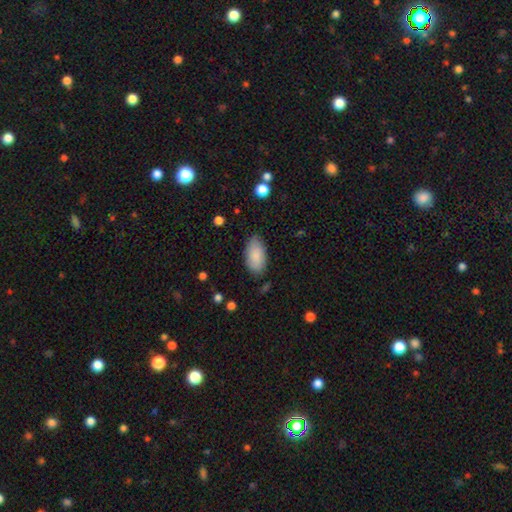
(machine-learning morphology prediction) Q: Smooth or featured?
A: smooth (87%); runner-up: featured or disk (7%)
Q: How rounded?
A: in between (95%); runner-up: cigar-shaped (3%)
Q: Merging?
A: none (80%); runner-up: minor disturbance (15%)